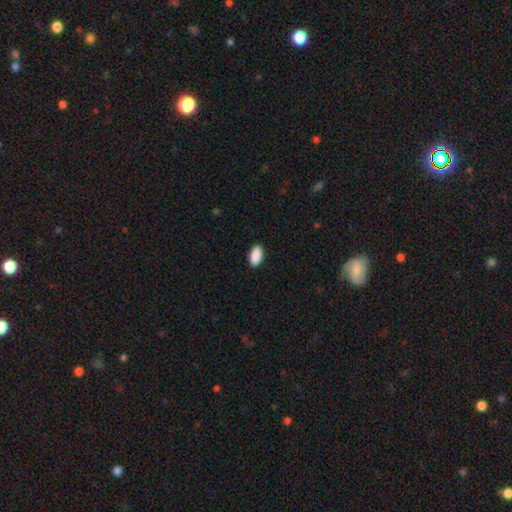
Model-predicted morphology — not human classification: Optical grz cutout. It shows a smooth galaxy with no disk features (91%) that is in between round and cigar-shaped (94%). Merging: none (90%).